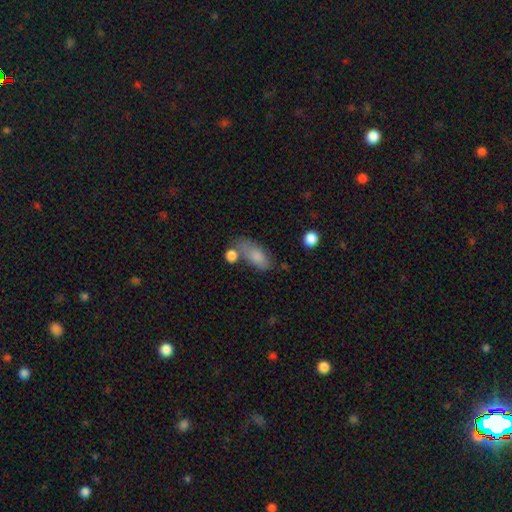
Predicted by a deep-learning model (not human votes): This appears to be a smooth galaxy with no disk features (80%) that is in between round and cigar-shaped (86%). Merging: none (46%).